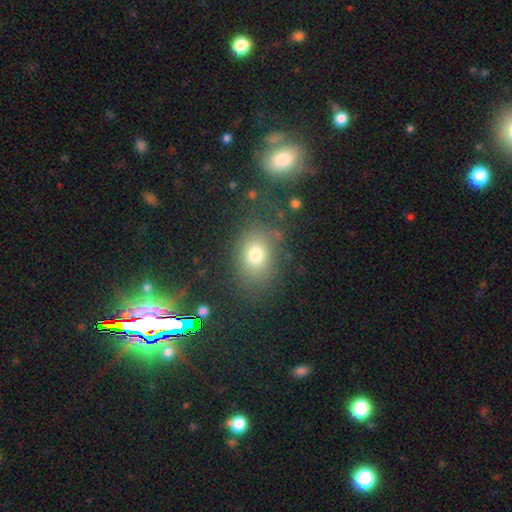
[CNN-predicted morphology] smooth_or_featured: smooth (p=0.74) [alt: star or artifact p=0.15]
how_rounded: in between (p=0.64) [alt: round p=0.35]
merging: none (p=0.75) [alt: minor disturbance p=0.14]